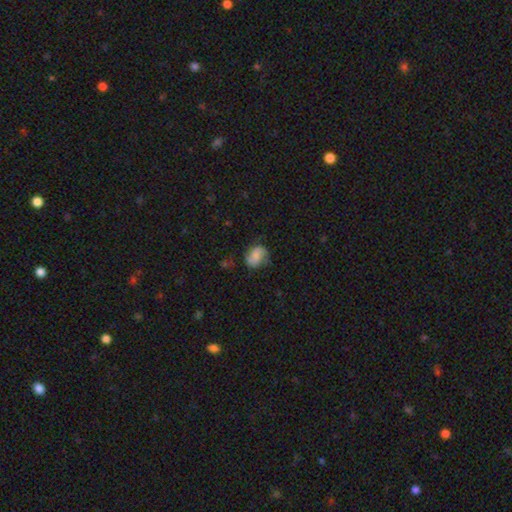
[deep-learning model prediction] Morphology: type=featured or disk (49%); merging=none (69%).